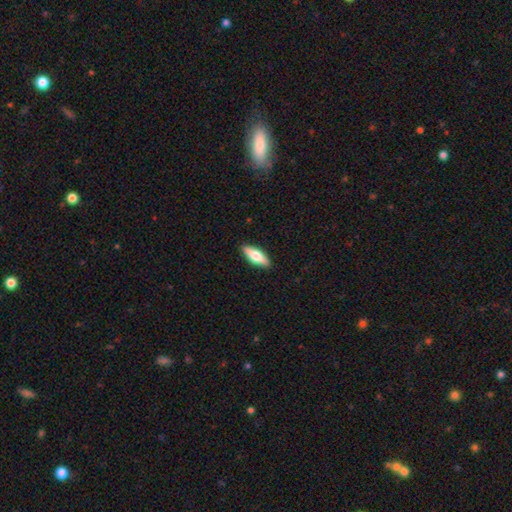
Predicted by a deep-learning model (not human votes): Smooth or featured: smooth — 61% (featured or disk — 33%)
How rounded: in between — 59% (cigar-shaped — 39%)
Merging: none — 89% (minor disturbance — 8%)